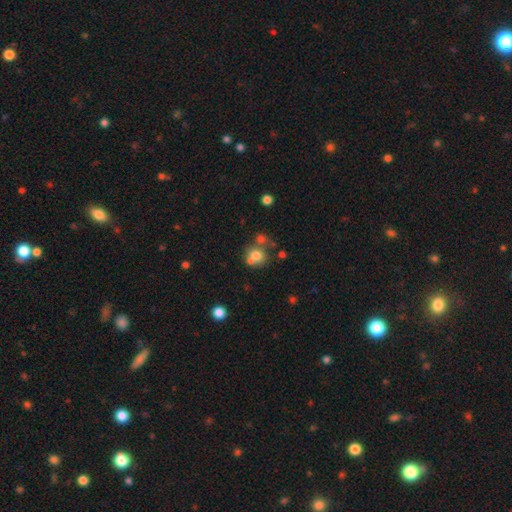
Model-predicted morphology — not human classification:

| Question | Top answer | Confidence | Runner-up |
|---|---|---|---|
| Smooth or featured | smooth | 73% | featured or disk (14%) |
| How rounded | round | 77% | in between (22%) |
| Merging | none | 47% | merger (35%) |